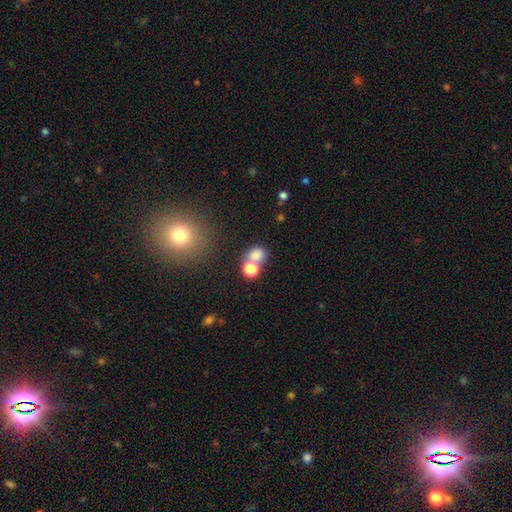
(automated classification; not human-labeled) A smooth galaxy with no disk features (76%) that is round (60%). Merging: merger (46%).